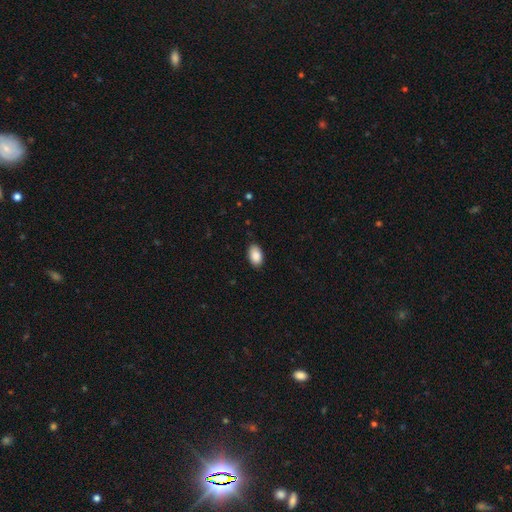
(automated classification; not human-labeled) This is clearly a smooth galaxy (90%). How rounded: clearly in between (93%). Merging: clearly none (86%).